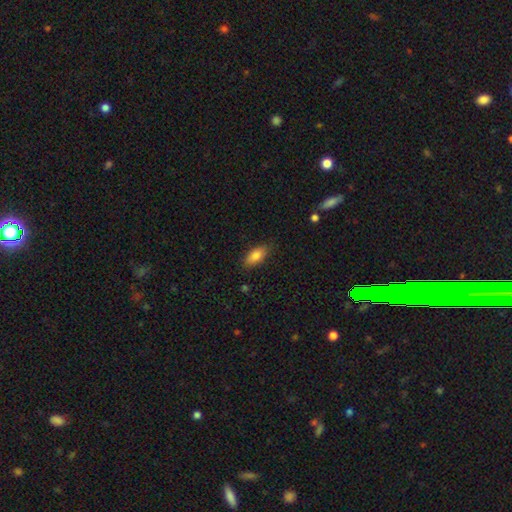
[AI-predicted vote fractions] smooth-or-featured: smooth: 84% | featured or disk: 9% | star or artifact: 7%
  how-rounded: in between: 85% | cigar-shaped: 12% | round: 3%
  merging: none: 83% | minor disturbance: 13% | major disturbance: 3% | merger: 1%